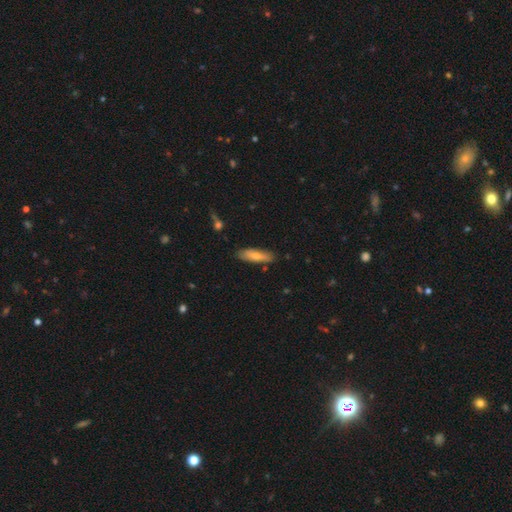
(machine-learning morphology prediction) The model was most divided on "how rounded": cigar-shaped: 56%, in between: 42%, round: 2%. More confident: merging — none (83%); smooth or featured — smooth (71%).